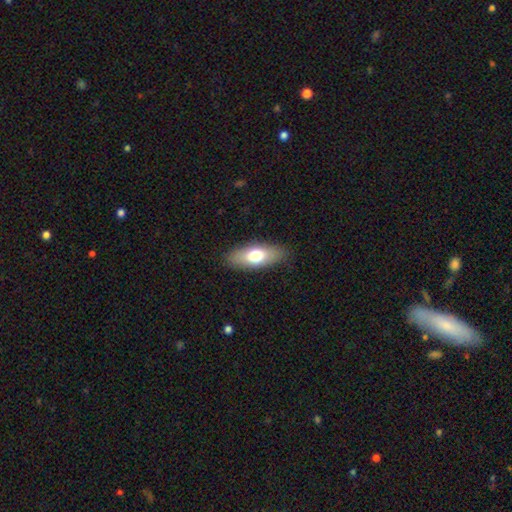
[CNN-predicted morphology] A smooth galaxy with no disk features (70%) that is in between round and cigar-shaped (77%).

Vote fractions:
- Smooth or featured? smooth: 70% / featured or disk: 24% / star or artifact: 7%
- How rounded? in between: 77% / cigar-shaped: 19% / round: 3%
- Merging? none: 86% / minor disturbance: 10% / major disturbance: 3% / merger: 1%